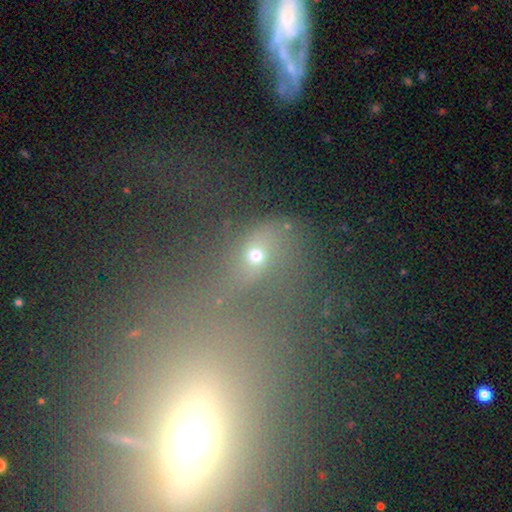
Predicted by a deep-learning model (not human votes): smooth 41%, star or artifact 35%, featured or disk 24%. Down the decision tree: merging — none (37%).